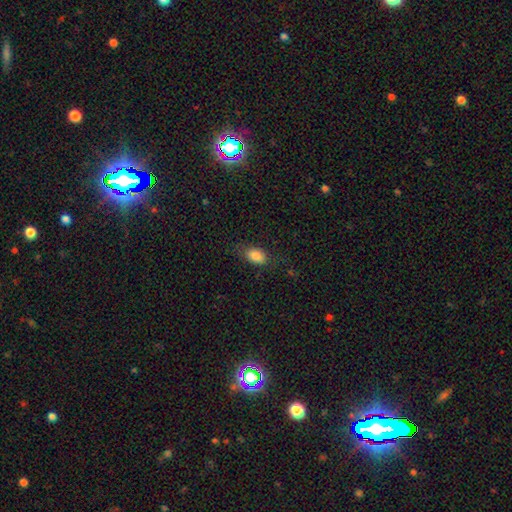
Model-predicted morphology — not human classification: A smooth galaxy with no disk features (83%) that is in between round and cigar-shaped (86%). Merging: none (77%).